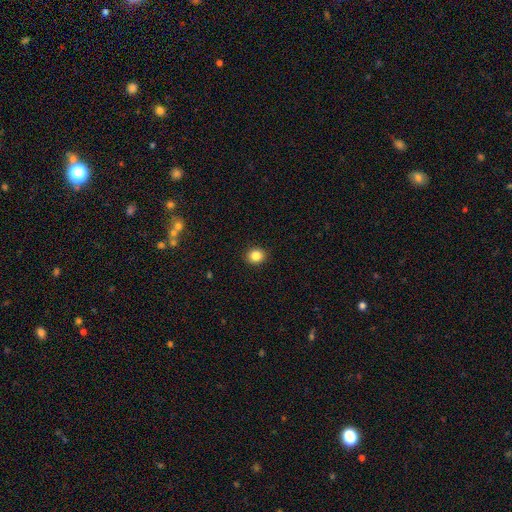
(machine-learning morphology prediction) This appears to be a smooth galaxy with no disk features (85%) that is round (81%). Merging: none (92%).